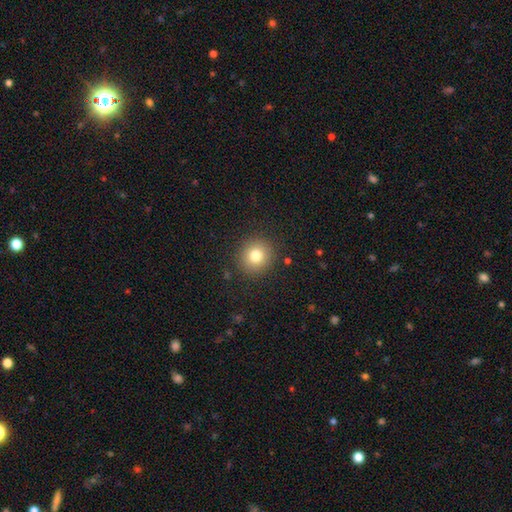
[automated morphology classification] smooth 79%, star or artifact 12%, featured or disk 9%. Down the decision tree: how rounded — round (89%); merging — none (89%).